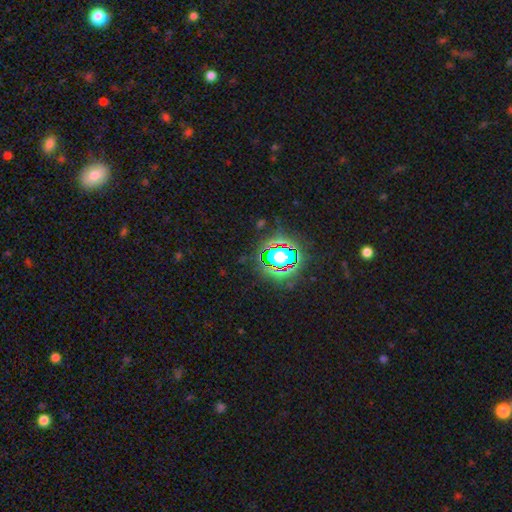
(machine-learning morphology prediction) Smooth or featured? star or artifact (79%)